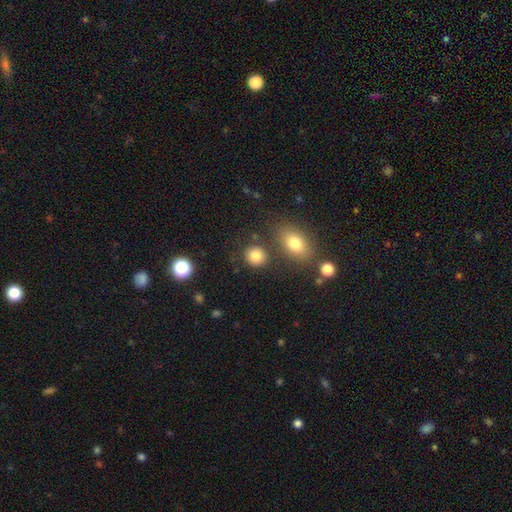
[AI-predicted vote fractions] A smooth galaxy with no disk features (83%) that is round (80%). Merging: none (82%).